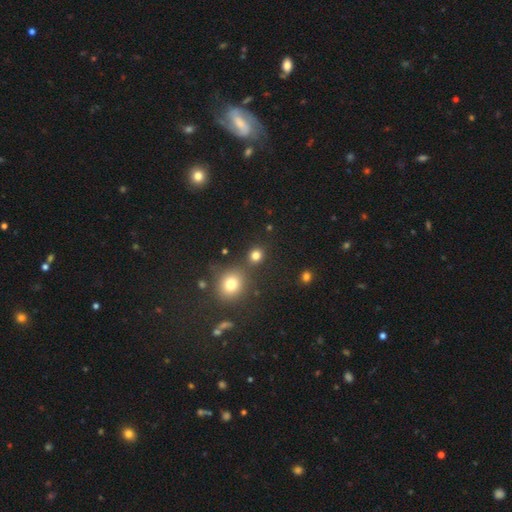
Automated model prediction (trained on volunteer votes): smooth-or-featured: smooth: 78% | star or artifact: 16% | featured or disk: 5%
  how-rounded: round: 84% | in between: 15% | cigar-shaped: 1%
  merging: none: 77% | merger: 11% | minor disturbance: 8% | major disturbance: 4%